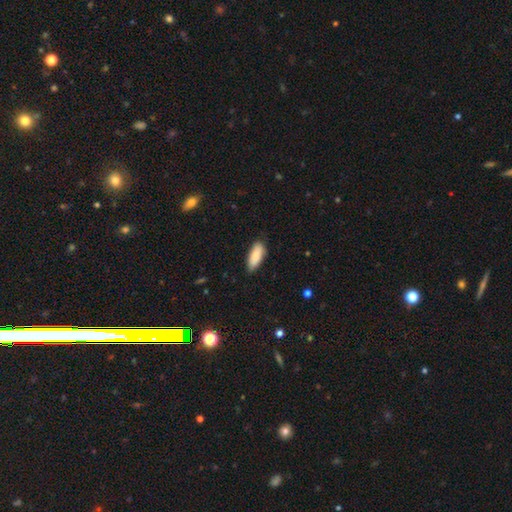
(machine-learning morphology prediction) type=smooth (87%); roundness=in between (79%); merging=none (81%).